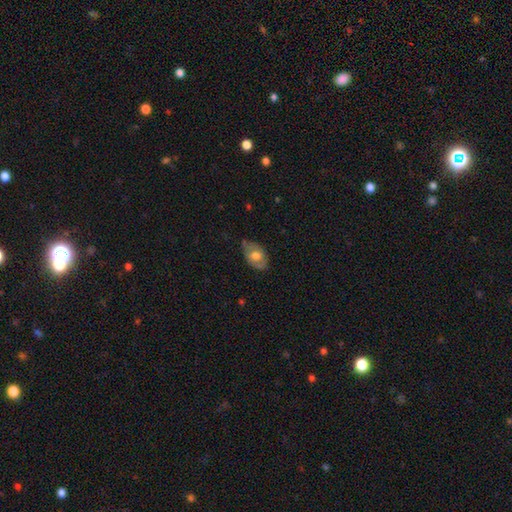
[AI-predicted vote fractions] This is possibly a smooth galaxy (51%). How rounded: clearly in between (84%). Merging: likely none (62%).